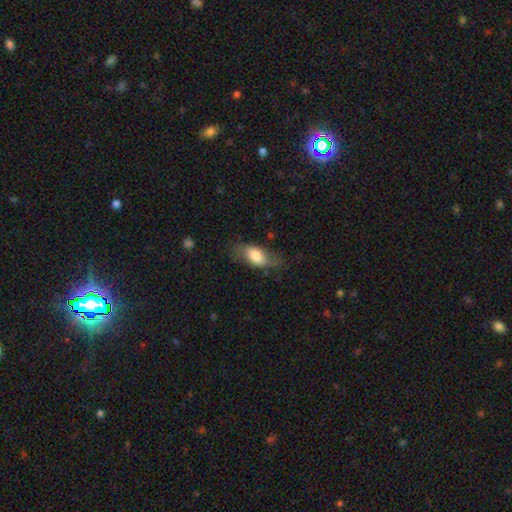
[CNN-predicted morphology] Smooth or featured? smooth (69%)
How rounded? in between (84%)
Merging? none (61%)